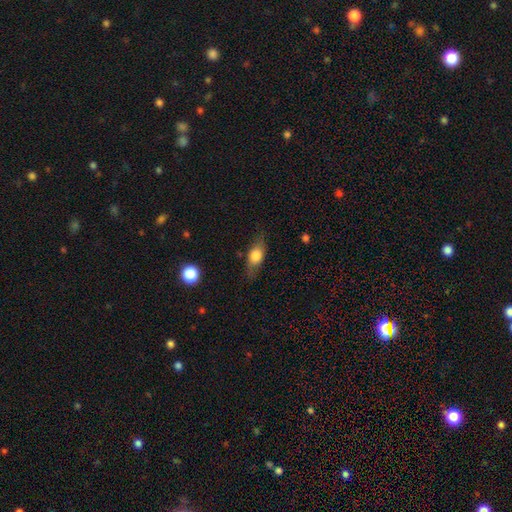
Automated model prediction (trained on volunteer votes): This appears to be a smooth galaxy with no disk features (63%) that is in between round and cigar-shaped (68%). Merging: none (75%).